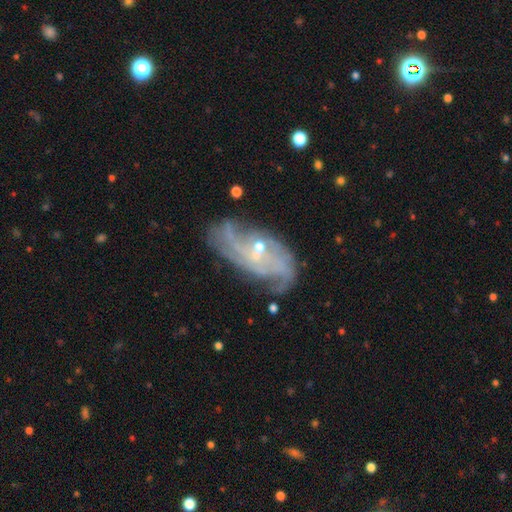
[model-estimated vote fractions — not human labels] featured or disk 84%, smooth 9%, star or artifact 8%. Down the decision tree: edge-on disk — no (94%); bar — no (52%); spiral arms — yes (92%); spiral arm count — 2 (34%); spiral winding — medium (42%); bulge size — small (73%); merging — none (62%).